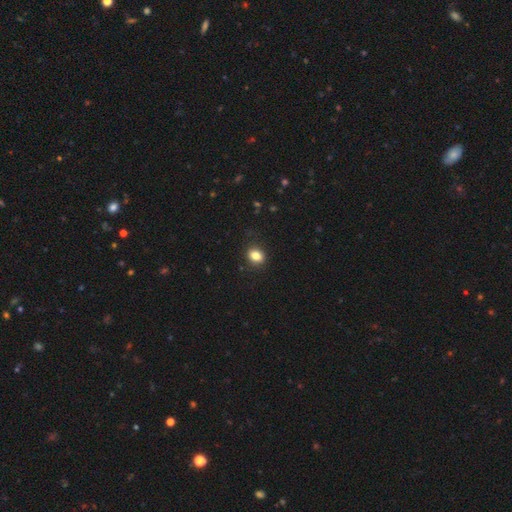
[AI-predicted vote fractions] Smooth or featured? smooth (84%)
How rounded? in between (55%)
Merging? none (88%)